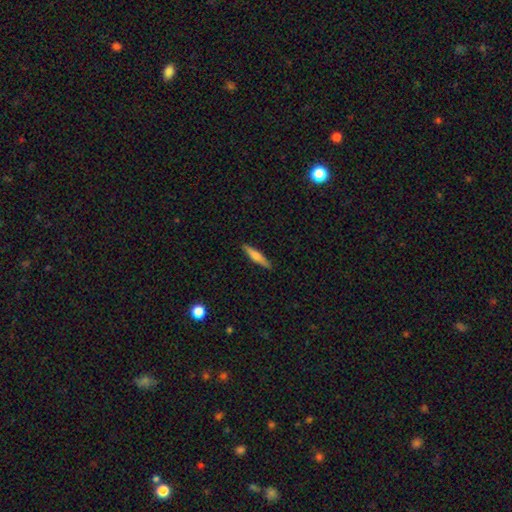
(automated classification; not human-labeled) A smooth galaxy with no disk features (59%) that is cigar-shaped (89%).

Vote fractions:
- Smooth or featured? smooth: 59% / featured or disk: 35% / star or artifact: 6%
- How rounded? cigar-shaped: 89% / in between: 10% / round: 2%
- Merging? none: 90% / minor disturbance: 7% / major disturbance: 2% / merger: 1%